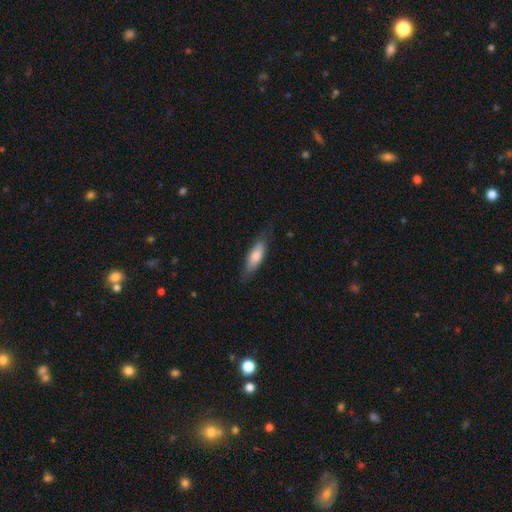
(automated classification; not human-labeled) A smooth galaxy with no disk features (71%) that is cigar-shaped (50%). Merging: none (74%).